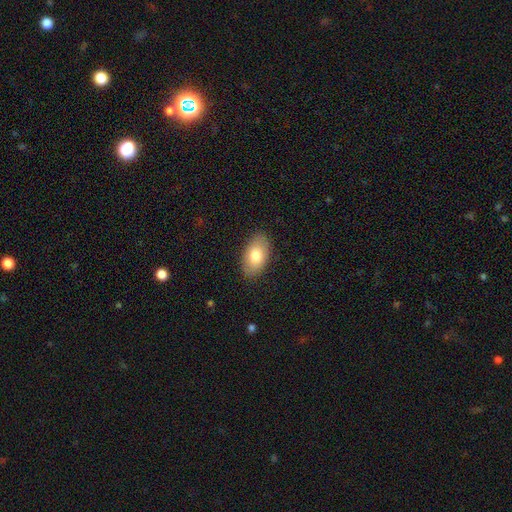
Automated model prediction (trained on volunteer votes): Q: Smooth or featured?
A: smooth (79%); runner-up: featured or disk (15%)
Q: How rounded?
A: in between (94%); runner-up: round (5%)
Q: Merging?
A: none (86%); runner-up: minor disturbance (10%)